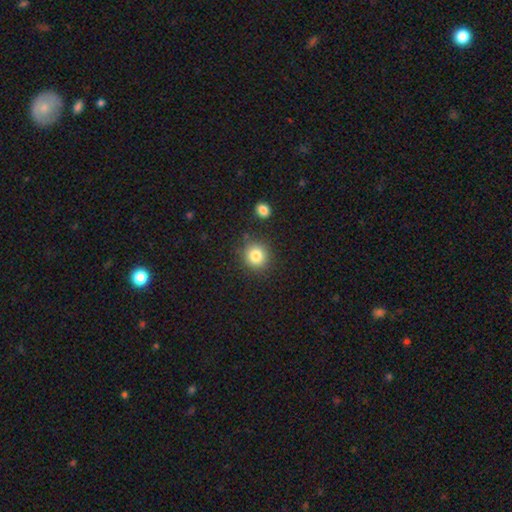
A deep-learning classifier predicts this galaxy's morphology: A smooth galaxy with no disk features (83%) that is round (89%). Merging: none (86%).